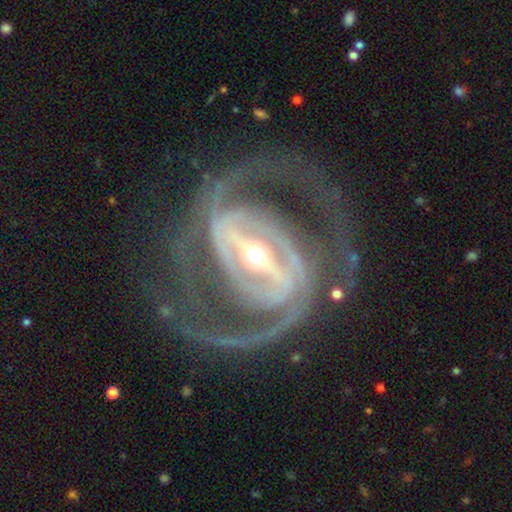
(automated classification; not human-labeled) Smooth or featured? Predicted: featured or disk (p=0.92). Edge-on disk? Predicted: no (p=0.96). Bar? Predicted: strong (p=0.78). Spiral arms? Predicted: yes (p=0.96). Spiral winding? Predicted: medium (p=0.52). Spiral arm count? Predicted: 2 (p=0.79). Bulge size? Predicted: moderate (p=0.49). Merging? Predicted: none (p=0.70).